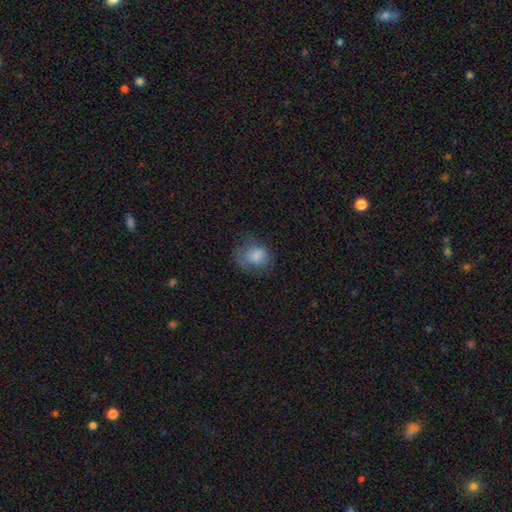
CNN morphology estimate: The model was most divided on "how rounded": round: 53%, in between: 46%, cigar-shaped: 1%. Remaining: smooth or featured — smooth (72%); merging — none (48%).